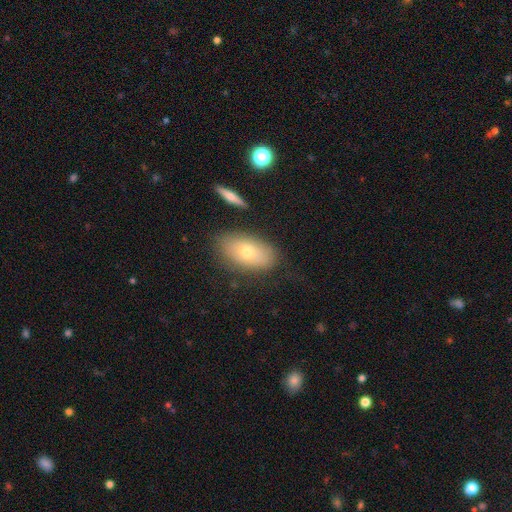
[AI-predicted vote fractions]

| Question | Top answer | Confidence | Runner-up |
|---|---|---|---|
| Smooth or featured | smooth | 68% | featured or disk (24%) |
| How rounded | in between | 90% | round (7%) |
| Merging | none | 78% | minor disturbance (14%) |